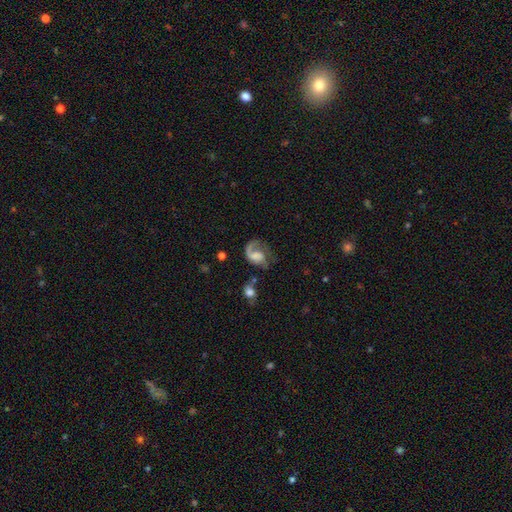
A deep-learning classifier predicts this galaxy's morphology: Overall: featured or disk (68%). Edge-on disk: no (98%). Bar: no (59%; weak 33%). Spiral arms: yes (88%). Spiral arm count: 1 (70%). Spiral winding: medium (40%; loose 39%). Bulge size: none (37%; moderate 22%). Merging: none (38%; major disturbance 37%).